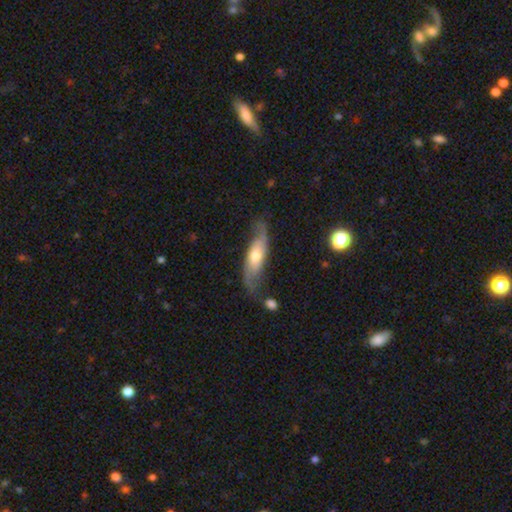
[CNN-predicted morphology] Overall: featured or disk (66%; smooth 28%). Edge-on disk: no (72%). Merging: none (64%).